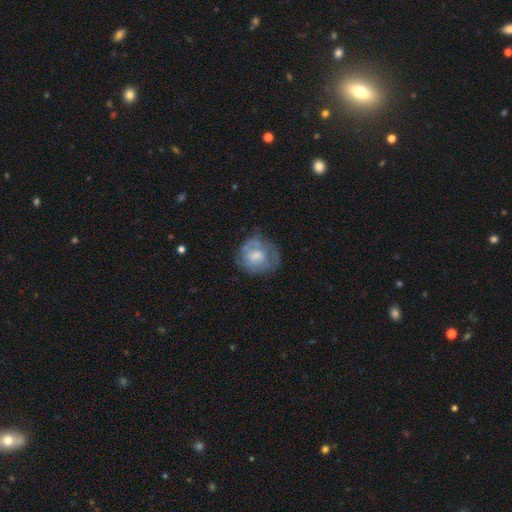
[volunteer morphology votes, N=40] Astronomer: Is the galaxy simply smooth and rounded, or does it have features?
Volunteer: smooth — 52% (runner-up: featured or disk, 45%).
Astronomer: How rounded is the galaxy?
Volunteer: round — 81%.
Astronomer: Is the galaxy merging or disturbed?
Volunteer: none — 56%.